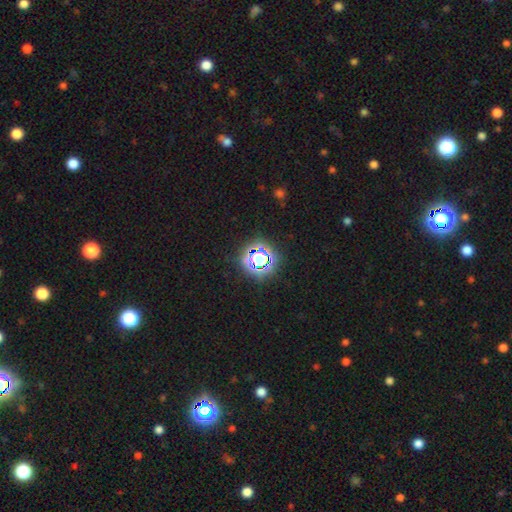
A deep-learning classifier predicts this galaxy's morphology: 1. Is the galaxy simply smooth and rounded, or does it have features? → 69% star or artifact, 21% smooth, 10% featured or disk.